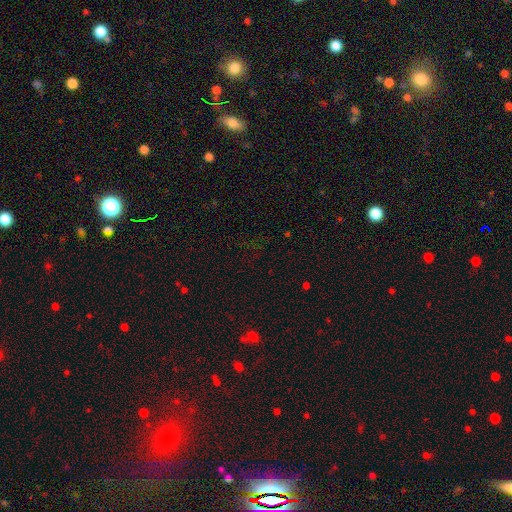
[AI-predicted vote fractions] A star or artifact, not a galaxy (69%).